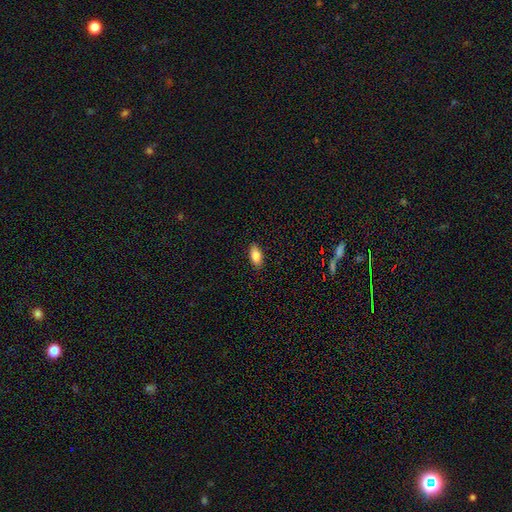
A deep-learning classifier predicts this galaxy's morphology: Smooth or featured? Predicted: smooth (p=0.83). How rounded? Predicted: in between (p=0.90). Merging? Predicted: none (p=0.89).